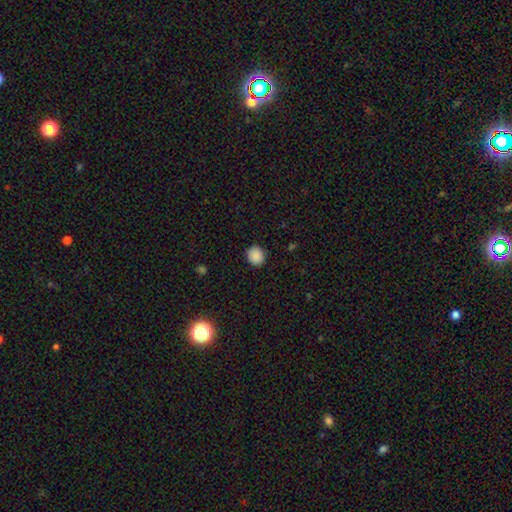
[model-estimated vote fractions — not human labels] This is clearly a smooth galaxy (89%). How rounded: likely round (78%). Merging: clearly none (90%).